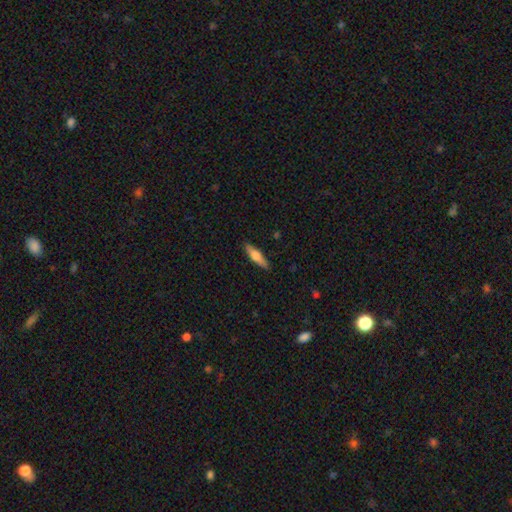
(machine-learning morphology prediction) Smooth or featured?
  - smooth: 58% *
  - featured or disk: 36%
  - star or artifact: 6%
How rounded?
  - cigar-shaped: 69% *
  - in between: 28%
  - round: 2%
Merging?
  - none: 88% *
  - minor disturbance: 9%
  - major disturbance: 2%
  - merger: 1%